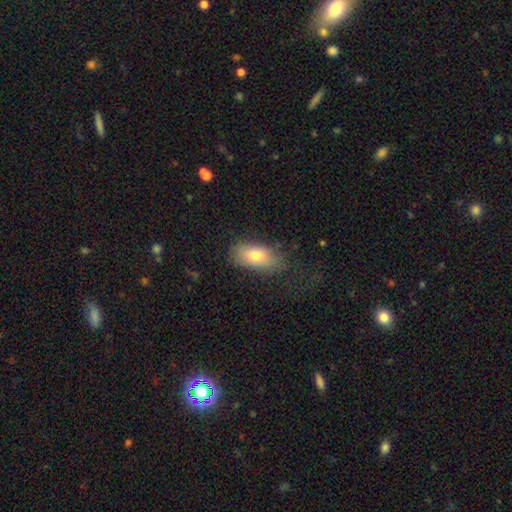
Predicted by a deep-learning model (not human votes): This is likely a smooth galaxy (76%). How rounded: clearly in between (90%). Merging: likely none (68%).